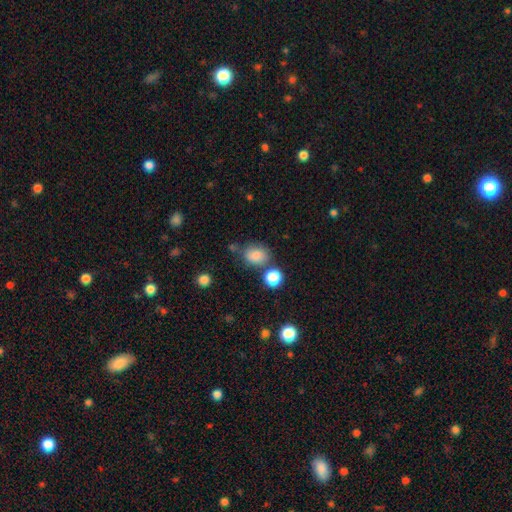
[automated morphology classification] Smooth or featured? smooth (83%)
How rounded? in between (60%)
Merging? none (61%)